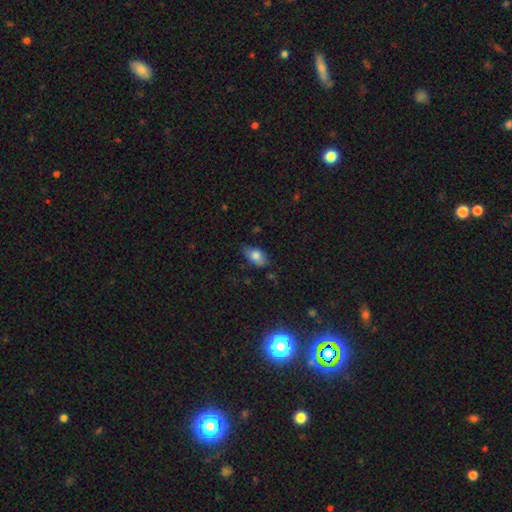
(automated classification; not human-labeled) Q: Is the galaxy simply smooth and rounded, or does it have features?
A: smooth — 77%.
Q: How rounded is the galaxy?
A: in between — 88%.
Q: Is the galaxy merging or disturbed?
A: none — 70%.